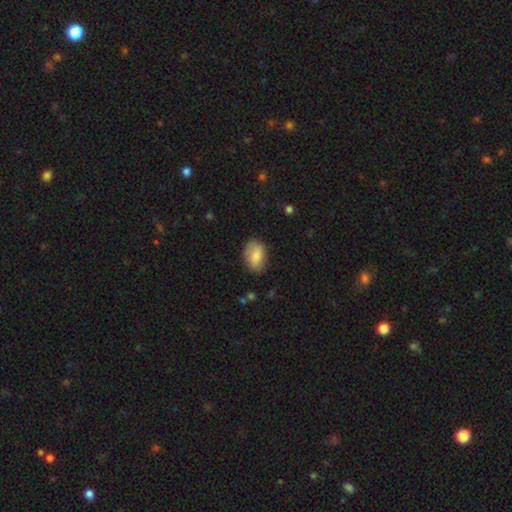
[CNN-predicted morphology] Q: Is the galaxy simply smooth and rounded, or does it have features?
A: smooth — 82%.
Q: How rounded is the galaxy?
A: in between — 88%.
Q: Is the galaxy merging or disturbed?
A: none — 75%.